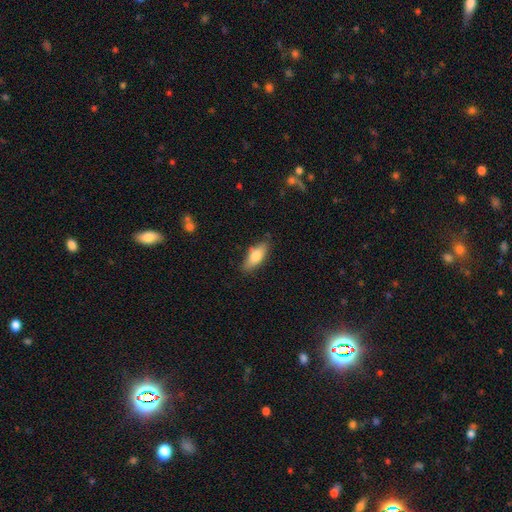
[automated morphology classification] Smooth or featured: smooth — 74% (featured or disk — 19%)
How rounded: in between — 72% (cigar-shaped — 25%)
Merging: none — 80% (minor disturbance — 16%)